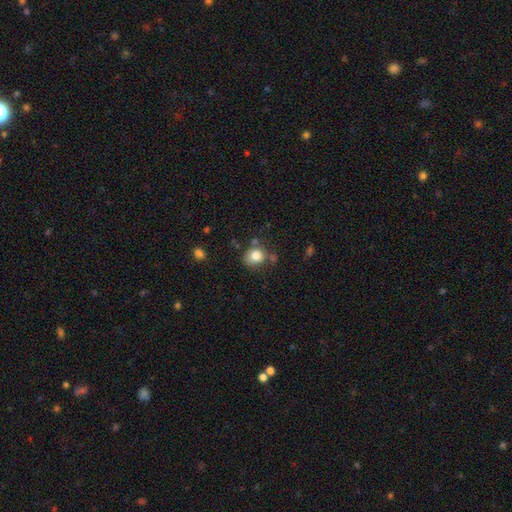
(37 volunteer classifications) A smooth galaxy with no disk features (89%) that is round (70%). Merging: none (81%).